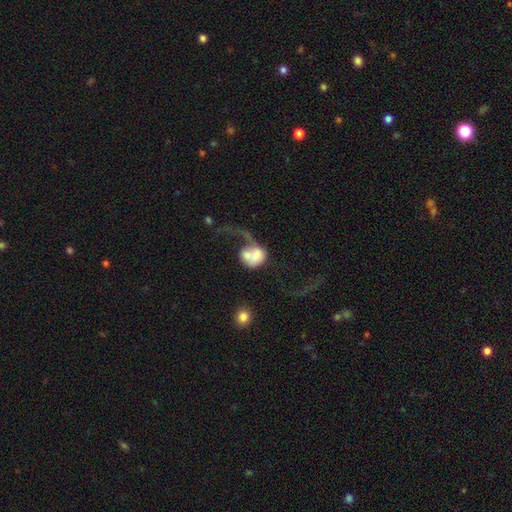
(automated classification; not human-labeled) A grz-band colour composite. It shows a smooth galaxy with no disk features (52%) that is round (55%). Merging: merger (48%).